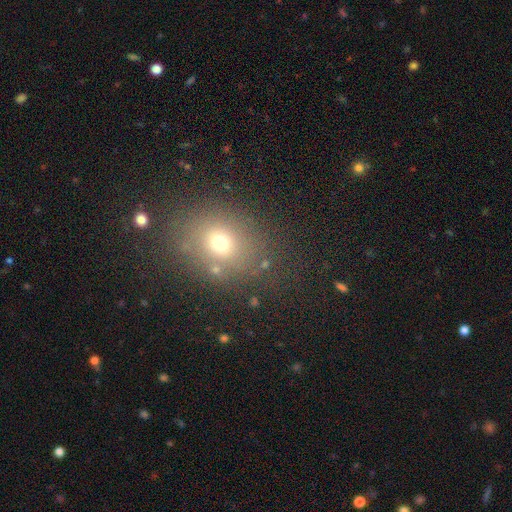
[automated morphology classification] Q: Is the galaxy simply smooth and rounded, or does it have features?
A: smooth — 62%.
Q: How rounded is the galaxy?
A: round — 49%, tied with in between.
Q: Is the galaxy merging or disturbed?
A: none — 83%.